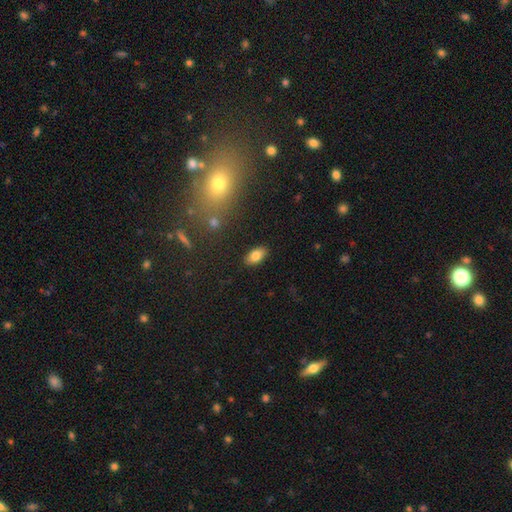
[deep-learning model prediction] Smooth or featured? smooth (81%)
How rounded? in between (92%)
Merging? none (87%)